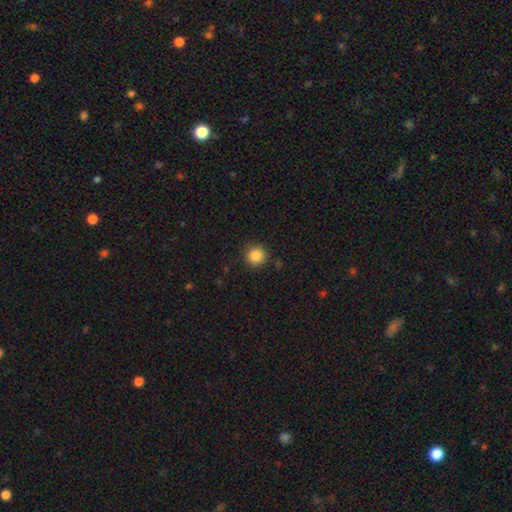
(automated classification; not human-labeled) Smooth or featured: smooth — 86% (star or artifact — 10%)
How rounded: round — 94% (in between — 5%)
Merging: none — 89% (minor disturbance — 7%)